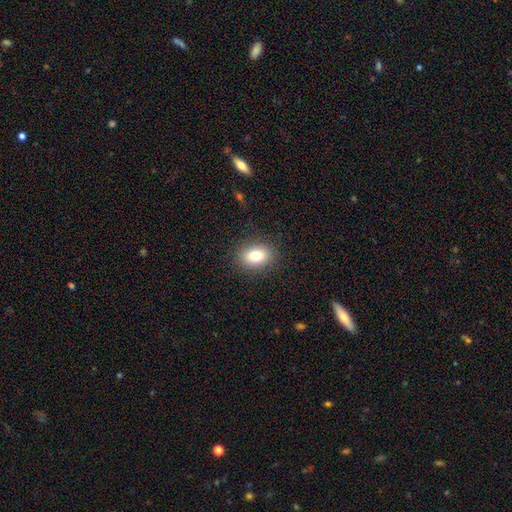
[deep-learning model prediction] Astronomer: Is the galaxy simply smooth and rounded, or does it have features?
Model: smooth — 81%.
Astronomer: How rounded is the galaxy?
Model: in between — 72%.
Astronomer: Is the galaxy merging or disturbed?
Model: none — 87%.